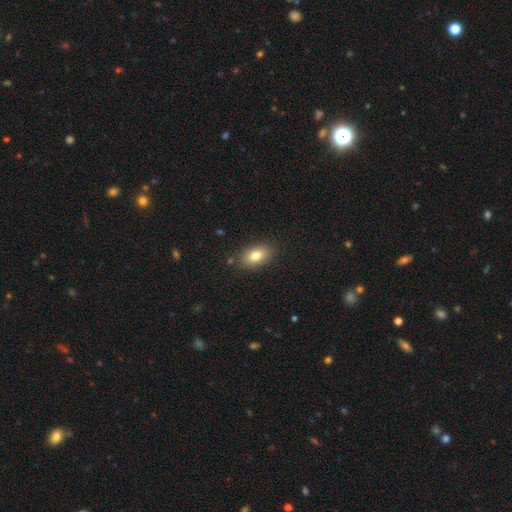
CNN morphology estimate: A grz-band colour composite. It shows a smooth galaxy with no disk features (80%) that is in between round and cigar-shaped (87%). Merging: none (85%).